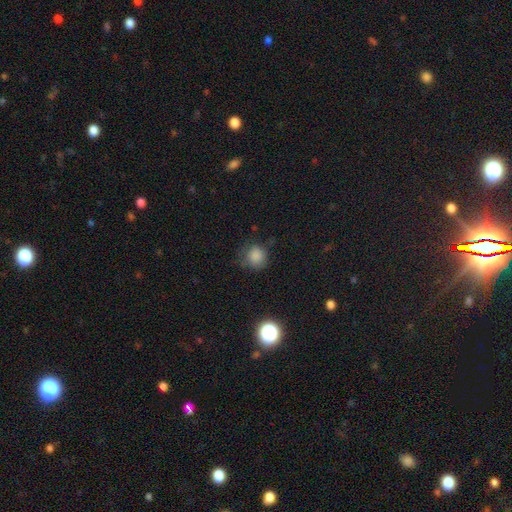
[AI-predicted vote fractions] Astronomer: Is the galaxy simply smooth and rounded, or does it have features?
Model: smooth — 83%.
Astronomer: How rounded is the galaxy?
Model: round — 85%.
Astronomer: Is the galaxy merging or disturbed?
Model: none — 70%.